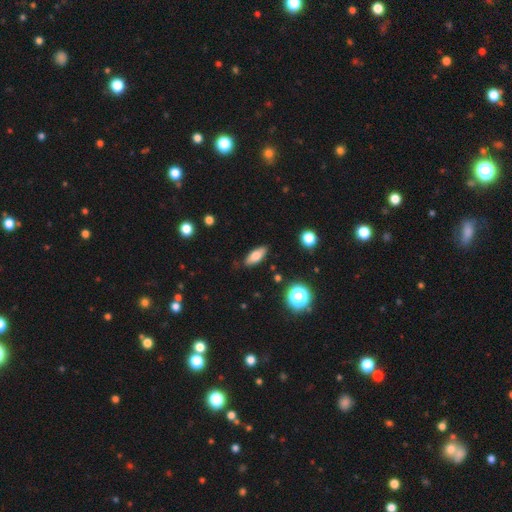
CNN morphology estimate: smooth 72%, featured or disk 19%, star or artifact 9%. Down the decision tree: how rounded — in between (72%); merging — none (84%).